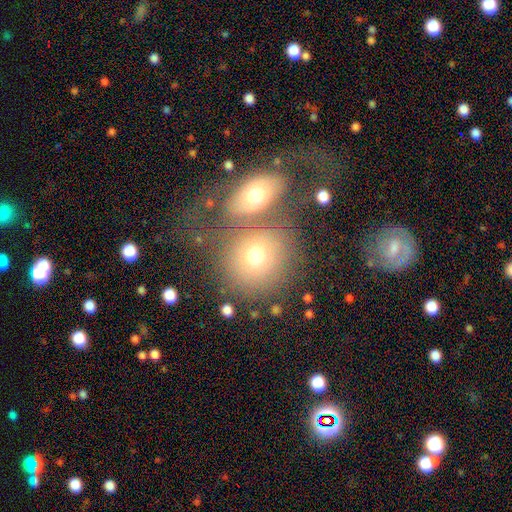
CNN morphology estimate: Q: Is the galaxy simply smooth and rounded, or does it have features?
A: smooth — 63%.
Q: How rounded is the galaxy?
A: round — 72%.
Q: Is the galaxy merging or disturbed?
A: merger — 45%.